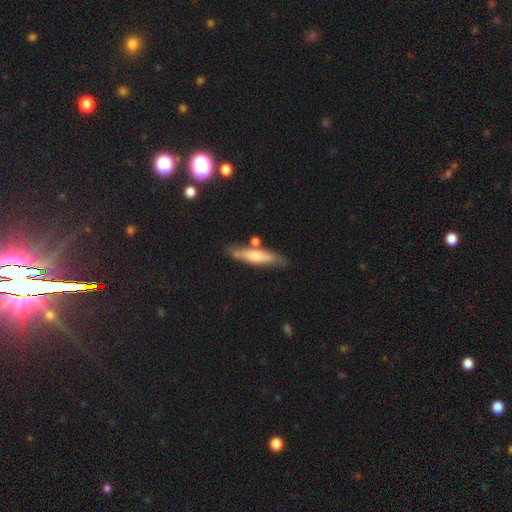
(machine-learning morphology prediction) smooth 57%, featured or disk 37%, star or artifact 6%. Down the decision tree: how rounded — cigar-shaped (77%); merging — none (71%).